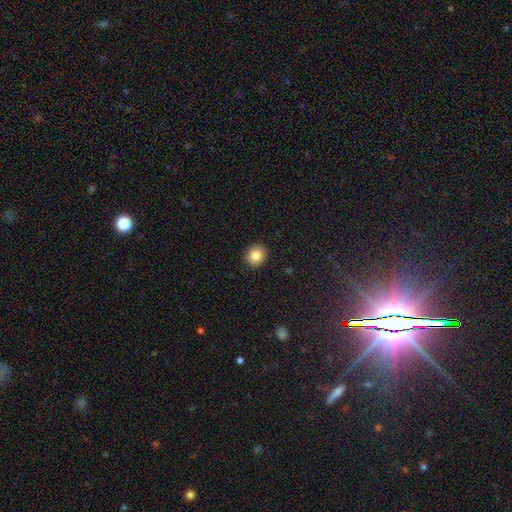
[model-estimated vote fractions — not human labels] The model was most divided on "how rounded": round: 79%, in between: 20%, cigar-shaped: 1%. More confident: merging — none (91%); smooth or featured — smooth (83%).